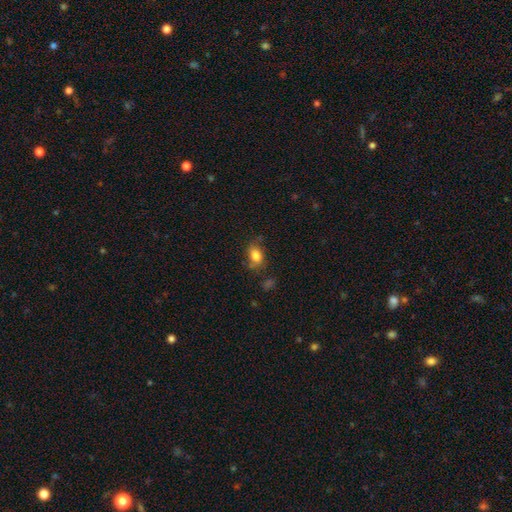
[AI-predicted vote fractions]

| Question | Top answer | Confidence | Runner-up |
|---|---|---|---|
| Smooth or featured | smooth | 81% | featured or disk (9%) |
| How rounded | in between | 74% | round (24%) |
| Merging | none | 66% | minor disturbance (23%) |